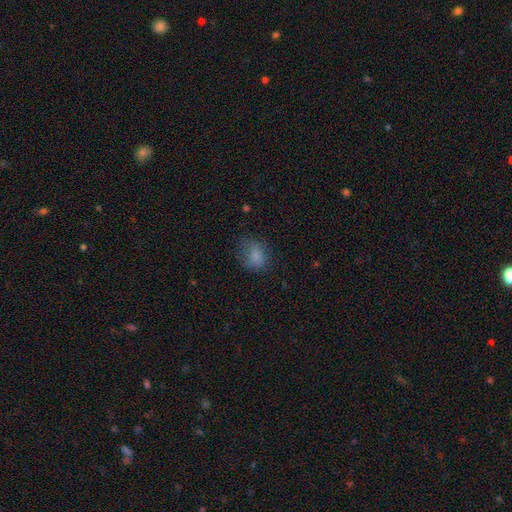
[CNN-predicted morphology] The model was most divided on "how rounded": in between: 56%, round: 43%, cigar-shaped: 1%. More confident: smooth or featured — smooth (78%); merging — none (55%).